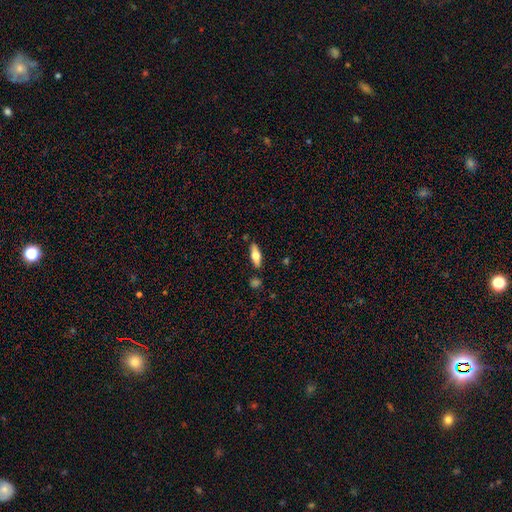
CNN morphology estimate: Smooth or featured? smooth (58%)
How rounded? in between (60%)
Merging? none (84%)